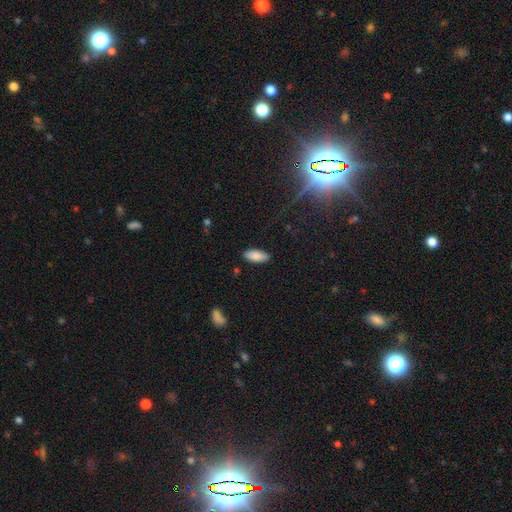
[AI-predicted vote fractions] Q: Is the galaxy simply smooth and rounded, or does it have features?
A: smooth — 88%.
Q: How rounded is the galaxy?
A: in between — 83%.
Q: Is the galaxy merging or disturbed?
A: none — 86%.